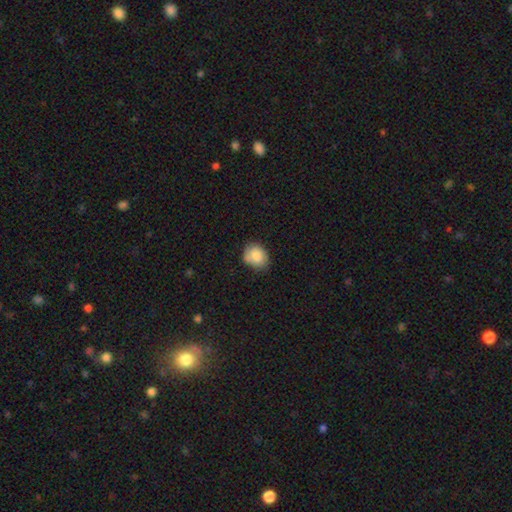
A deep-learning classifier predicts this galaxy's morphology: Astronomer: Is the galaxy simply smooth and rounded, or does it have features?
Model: smooth — 79%.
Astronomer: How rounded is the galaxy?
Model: round — 52% (runner-up: in between, 47%).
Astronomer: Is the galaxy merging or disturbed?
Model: none — 65%.